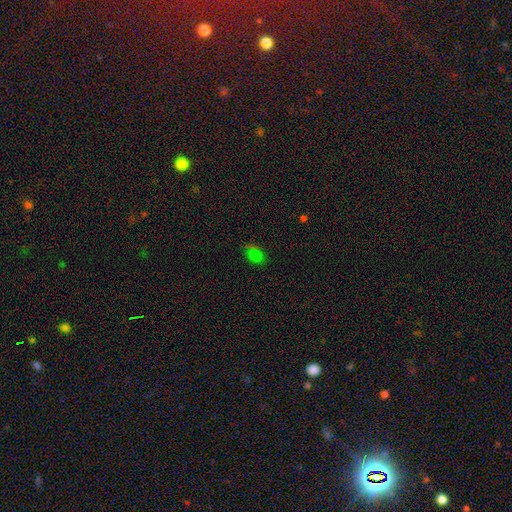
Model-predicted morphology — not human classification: Q: Smooth or featured?
A: smooth (66%); runner-up: star or artifact (26%)
Q: How rounded?
A: in between (77%); runner-up: round (21%)
Q: Merging?
A: none (63%); runner-up: minor disturbance (24%)